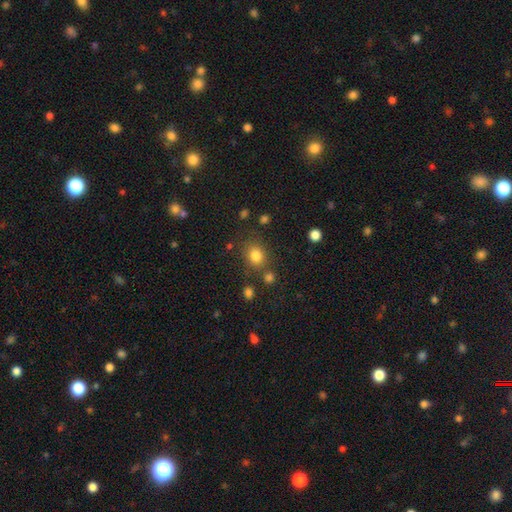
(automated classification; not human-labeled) Smooth or featured? smooth (81%)
How rounded? round (70%)
Merging? none (73%)